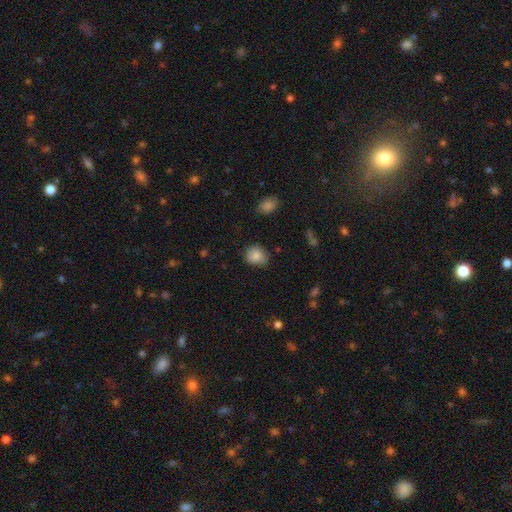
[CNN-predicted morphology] smooth 84%, star or artifact 9%, featured or disk 7%. Down the decision tree: how rounded — round (72%); merging — none (74%).